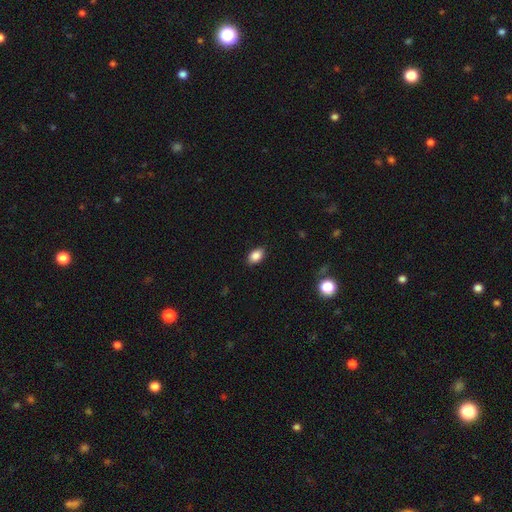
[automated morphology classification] Smooth or featured: smooth — 87% (star or artifact — 8%)
How rounded: in between — 87% (round — 12%)
Merging: none — 87% (minor disturbance — 10%)